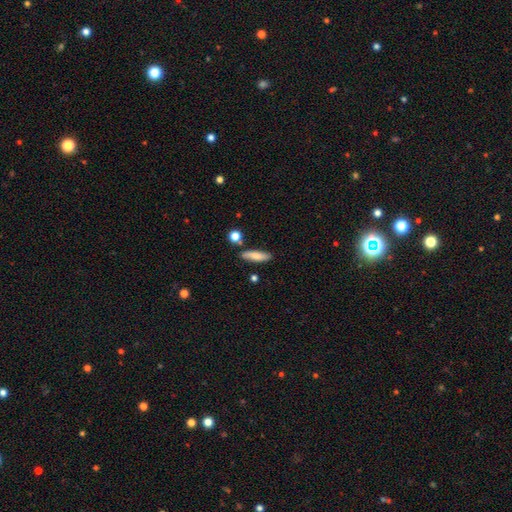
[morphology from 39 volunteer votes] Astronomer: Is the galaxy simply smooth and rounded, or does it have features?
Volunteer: smooth — 85%.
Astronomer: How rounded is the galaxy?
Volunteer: cigar-shaped — 64%.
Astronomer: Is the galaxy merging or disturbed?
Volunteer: none — 86%.